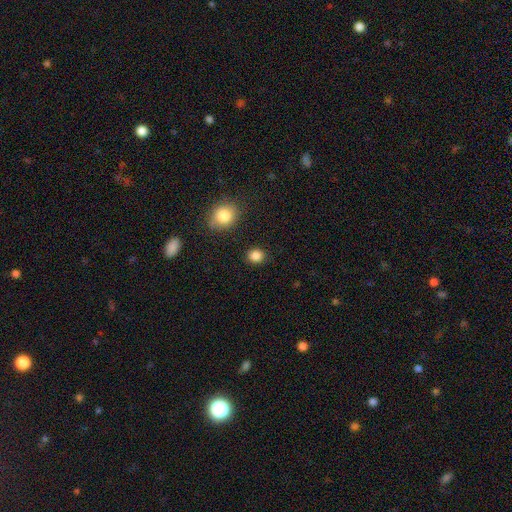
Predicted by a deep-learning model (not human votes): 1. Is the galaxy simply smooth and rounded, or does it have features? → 86% smooth, 11% star or artifact, 4% featured or disk.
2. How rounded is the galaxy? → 77% round, 22% in between, 1% cigar-shaped.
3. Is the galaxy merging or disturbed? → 89% none, 7% minor disturbance, 2% major disturbance, 2% merger.